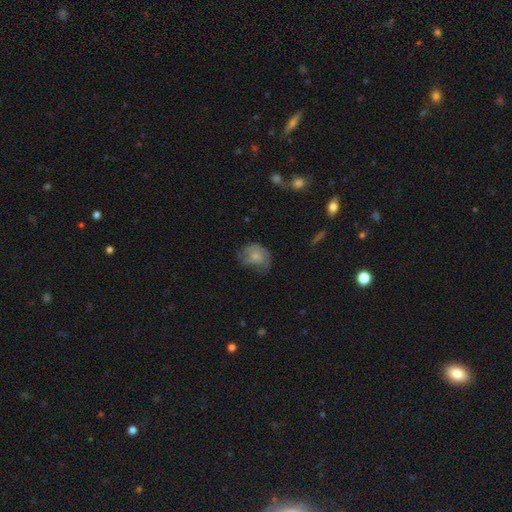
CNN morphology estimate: A smooth galaxy with no disk features (50%).

Vote fractions:
- Smooth or featured? smooth: 50% / featured or disk: 42% / star or artifact: 8%
- Merging? none: 44% / minor disturbance: 31% / major disturbance: 23% / merger: 2%